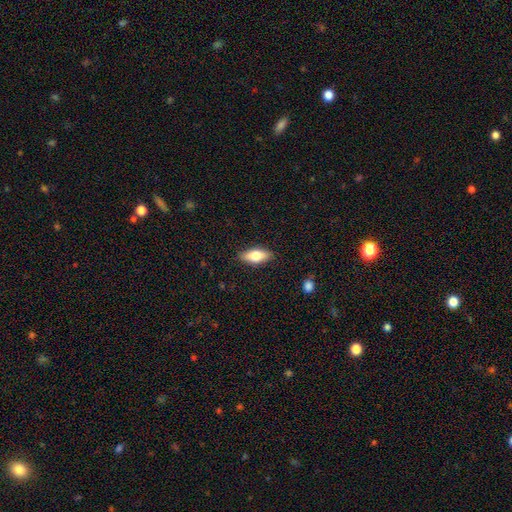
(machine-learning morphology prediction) The model was most divided on "smooth or featured": smooth: 71%, featured or disk: 22%, star or artifact: 7%. More confident: merging — none (88%); how rounded — in between (79%).